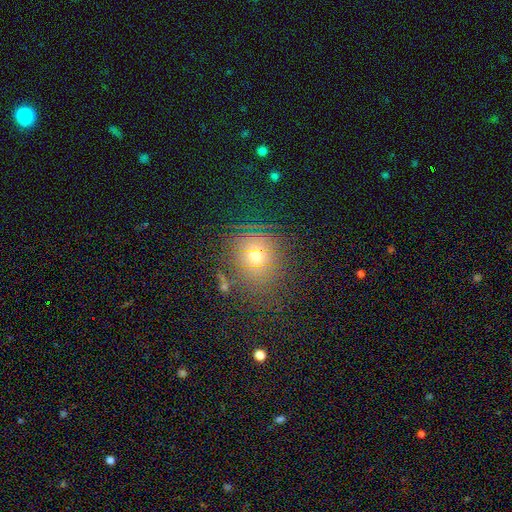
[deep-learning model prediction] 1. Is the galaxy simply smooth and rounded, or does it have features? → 63% smooth, 25% star or artifact, 12% featured or disk.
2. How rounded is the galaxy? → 73% round, 25% in between, 2% cigar-shaped.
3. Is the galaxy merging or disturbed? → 80% none, 11% minor disturbance, 6% major disturbance, 3% merger.